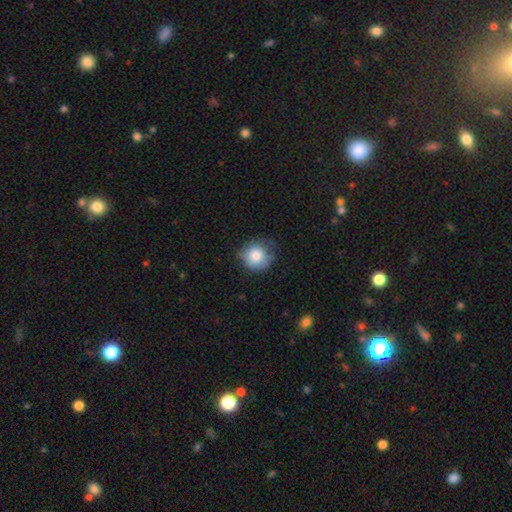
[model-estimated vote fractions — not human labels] Smooth or featured: smooth — 80% (featured or disk — 13%)
How rounded: round — 87% (in between — 12%)
Merging: none — 58% (minor disturbance — 32%)